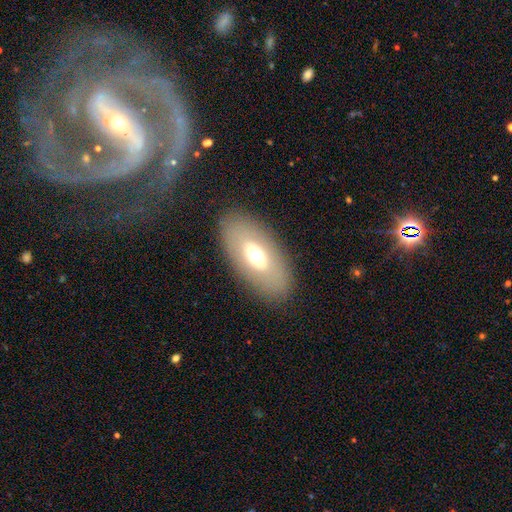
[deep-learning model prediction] smooth 56%, featured or disk 36%, star or artifact 9%. Down the decision tree: how rounded — in between (91%); merging — none (85%).